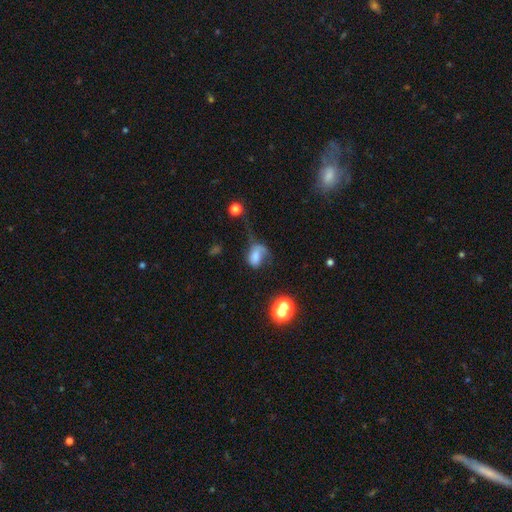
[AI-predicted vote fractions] Smooth or featured? smooth (59%)
How rounded? in between (75%)
Merging? major disturbance (50%)